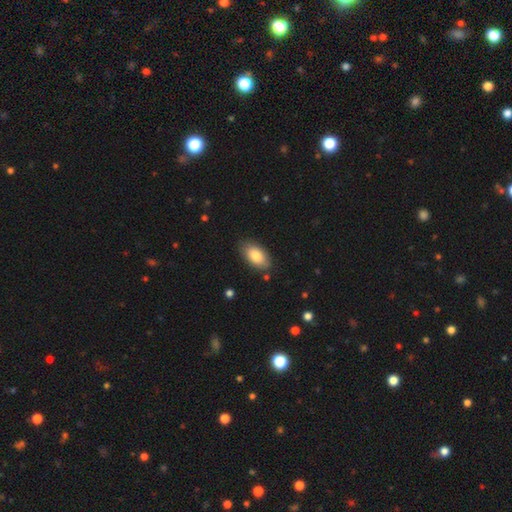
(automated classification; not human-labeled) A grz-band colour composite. It shows a smooth galaxy with no disk features (83%) that is in between round and cigar-shaped (94%). Merging: none (82%).